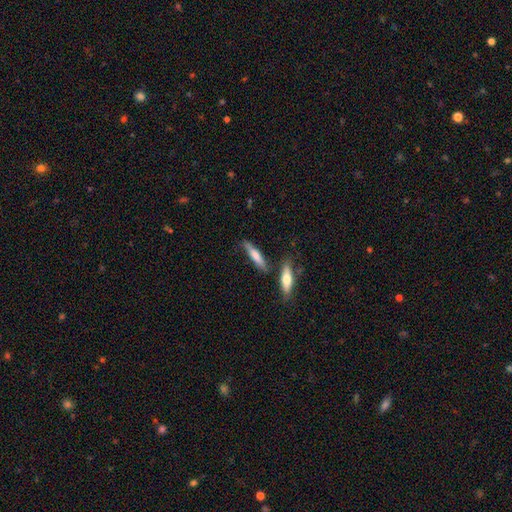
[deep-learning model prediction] Smooth or featured? smooth (68%)
How rounded? cigar-shaped (80%)
Merging? none (71%)